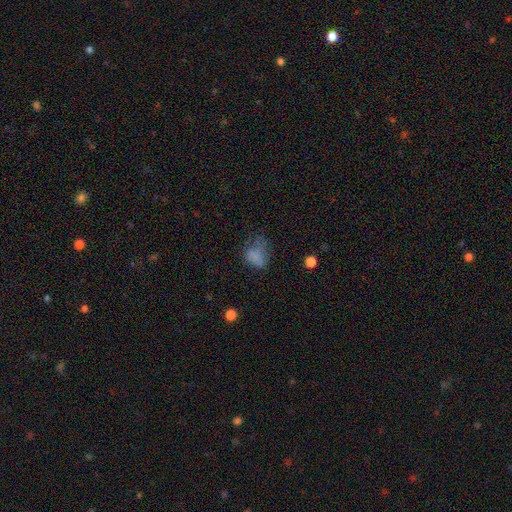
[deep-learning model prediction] This appears to be a smooth galaxy with no disk features (68%) that is in between round and cigar-shaped (70%). Merging: major disturbance (37%).